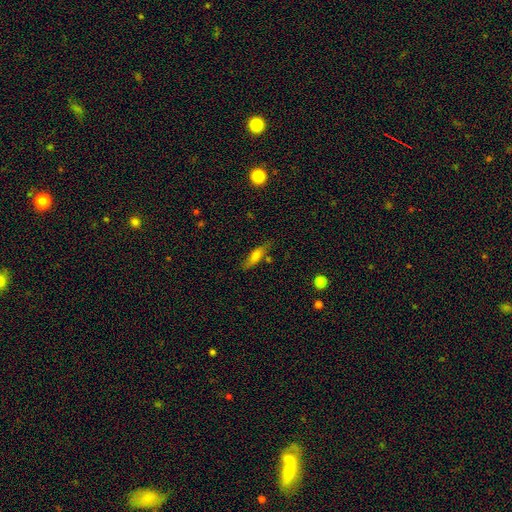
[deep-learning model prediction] This is likely a smooth galaxy (60%). How rounded: possibly cigar-shaped (51%). Merging: likely none (71%).